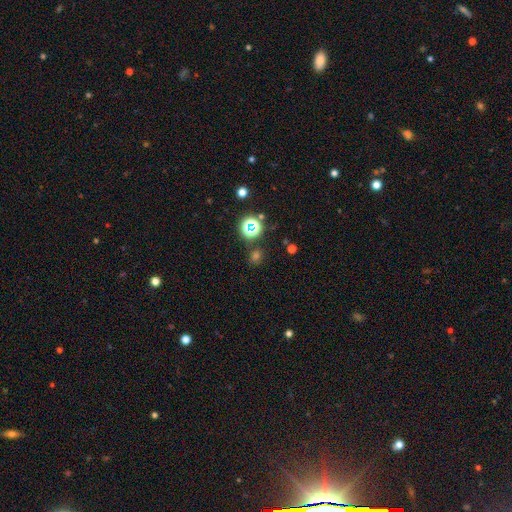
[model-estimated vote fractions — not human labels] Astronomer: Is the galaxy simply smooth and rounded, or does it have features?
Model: smooth — 48% (runner-up: star or artifact, 45%).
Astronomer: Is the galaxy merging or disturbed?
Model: none — 84%.